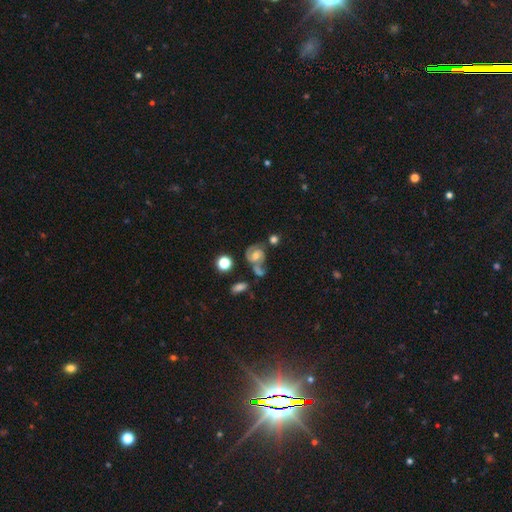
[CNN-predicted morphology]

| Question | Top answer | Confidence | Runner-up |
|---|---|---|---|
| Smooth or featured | featured or disk | 63% | smooth (26%) |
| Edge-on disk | no | 97% | yes (3%) |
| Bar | no | 60% | weak (32%) |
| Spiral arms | yes | 85% | no (15%) |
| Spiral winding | medium | 43% | tight (41%) |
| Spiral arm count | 2 | 67% | 1 (14%) |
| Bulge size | moderate | 55% | small (28%) |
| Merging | none | 42% | merger (24%) |